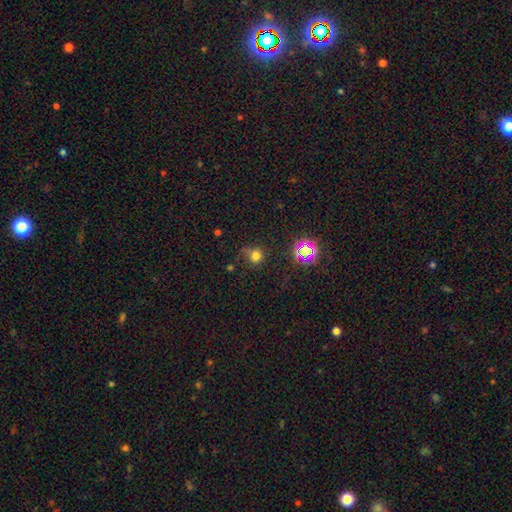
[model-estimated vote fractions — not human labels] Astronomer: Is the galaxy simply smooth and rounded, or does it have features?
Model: smooth — 70%.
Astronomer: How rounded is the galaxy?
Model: round — 87%.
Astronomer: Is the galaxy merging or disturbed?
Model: none — 64%.